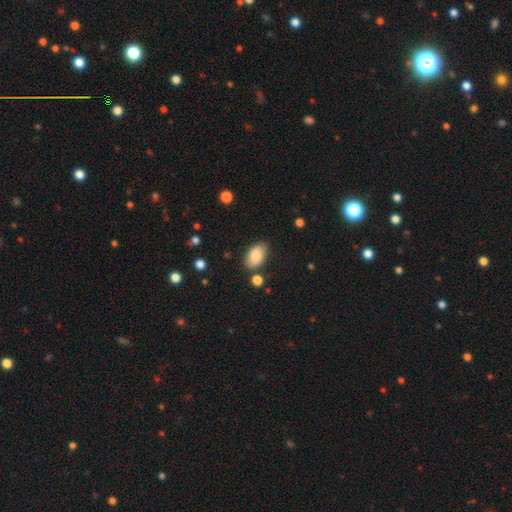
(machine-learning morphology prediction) This appears to be a smooth galaxy with no disk features (83%) that is in between round and cigar-shaped (93%). Merging: none (79%).